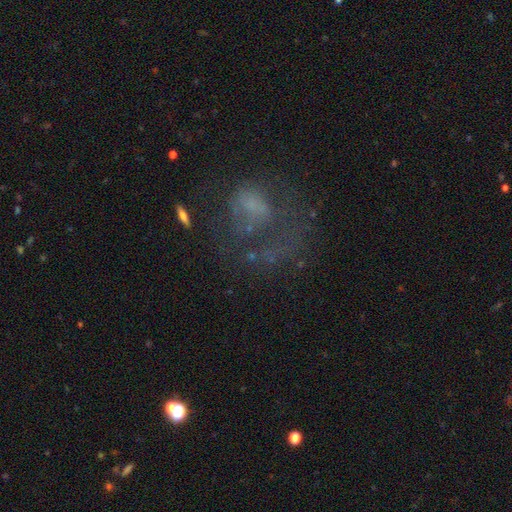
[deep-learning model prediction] Morphology: type=featured or disk (44%); merging=major disturbance (44%).